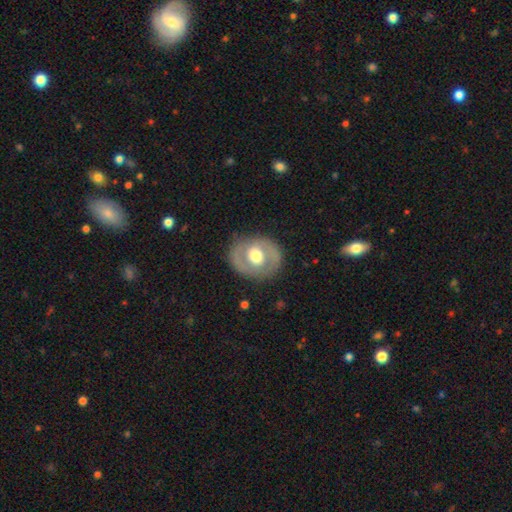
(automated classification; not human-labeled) The model was most divided on "smooth or featured": featured or disk: 54%, smooth: 41%, star or artifact: 6%. More confident: edge-on disk — no (95%); merging — none (81%); spiral arms — no (69%); bar — no (64%); bulge size — moderate (59%).